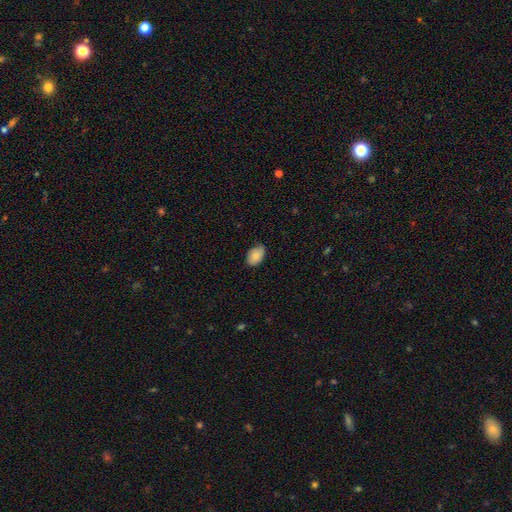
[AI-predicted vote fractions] A smooth galaxy with no disk features (80%) that is in between round and cigar-shaped (87%). Merging: none (68%).